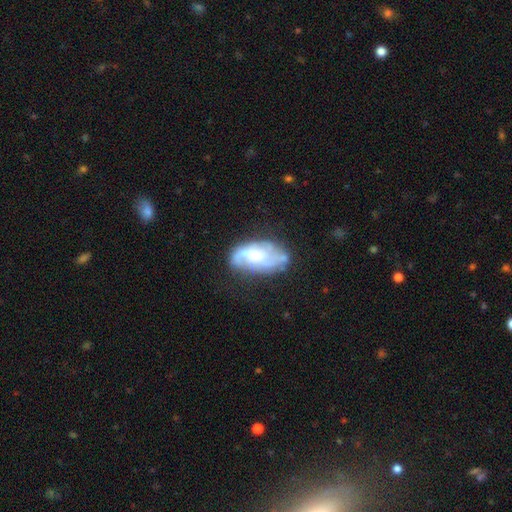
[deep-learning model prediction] The model was most divided on "bulge size": moderate: 47%, small: 37%, large: 9%, none: 5%, dominant: 2%. Remaining: edge-on disk — no (96%); spiral arms — yes (90%); smooth or featured — featured or disk (75%); bar — no (63%); merging — none (61%); spiral arm count — 2 (51%); spiral winding — medium (44%).